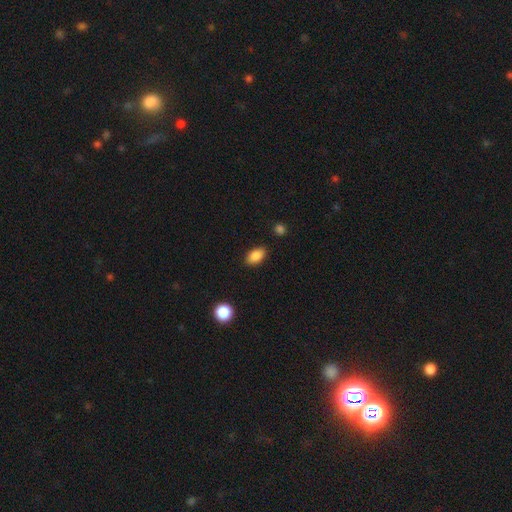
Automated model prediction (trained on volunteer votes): smooth_or_featured: smooth (p=0.87) [alt: star or artifact p=0.08]
how_rounded: in between (p=0.90) [alt: round p=0.08]
merging: none (p=0.86) [alt: minor disturbance p=0.10]